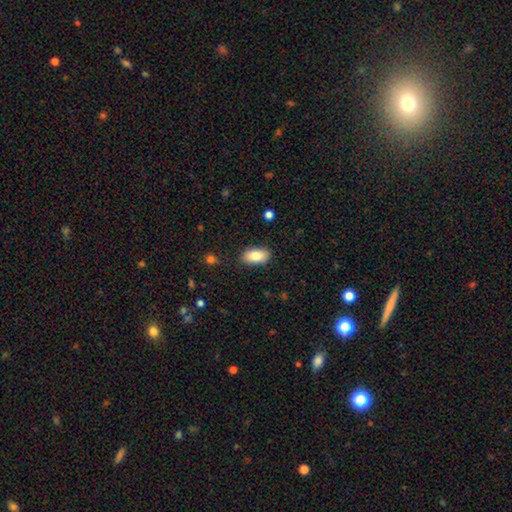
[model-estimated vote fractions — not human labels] This is clearly a smooth galaxy (86%). How rounded: clearly in between (93%). Merging: clearly none (86%).